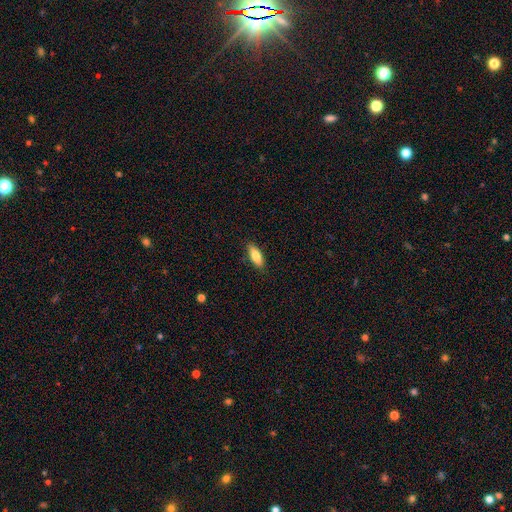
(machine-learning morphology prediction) smooth-or-featured: smooth: 83% | featured or disk: 11% | star or artifact: 6%
  how-rounded: in between: 70% | cigar-shaped: 28% | round: 2%
  merging: none: 87% | minor disturbance: 10% | major disturbance: 2% | merger: 1%